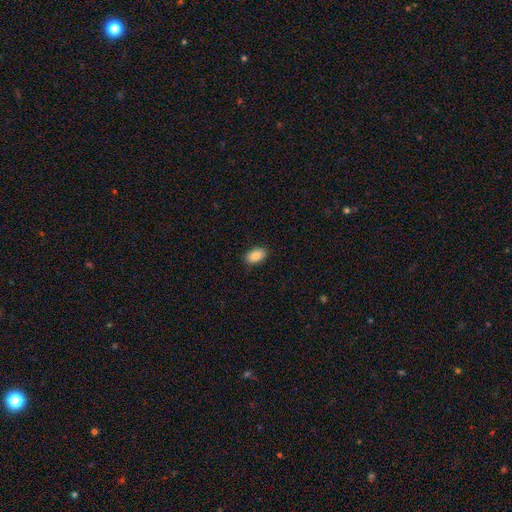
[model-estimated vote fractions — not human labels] A smooth galaxy with no disk features (88%) that is in between round and cigar-shaped (92%).

Vote fractions:
- Smooth or featured? smooth: 88% / star or artifact: 7% / featured or disk: 5%
- How rounded? in between: 92% / round: 7% / cigar-shaped: 1%
- Merging? none: 88% / minor disturbance: 9% / major disturbance: 2% / merger: 1%